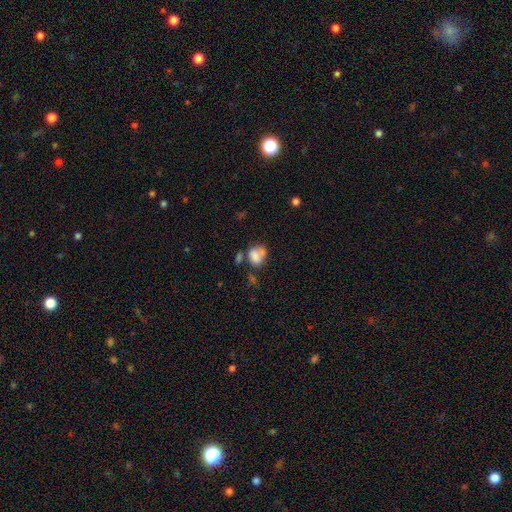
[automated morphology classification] A smooth galaxy with no disk features (71%) that is in between round and cigar-shaped (59%).

Vote fractions:
- Smooth or featured? smooth: 71% / featured or disk: 18% / star or artifact: 11%
- How rounded? in between: 59% / round: 40% / cigar-shaped: 1%
- Merging? merger: 39% / none: 31% / minor disturbance: 18% / major disturbance: 12%